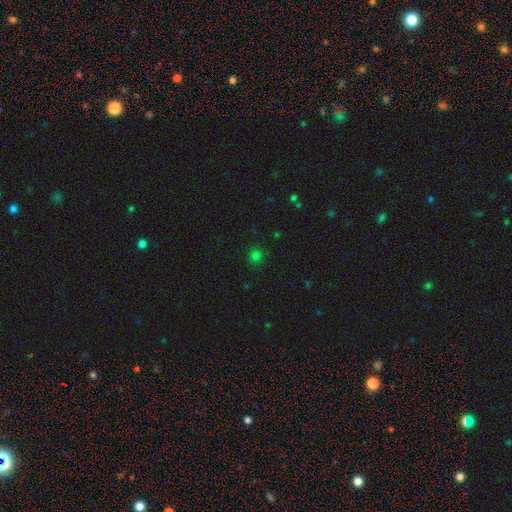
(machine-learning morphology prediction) This appears to be a smooth galaxy with no disk features (75%) that is round (91%). Merging: none (89%).